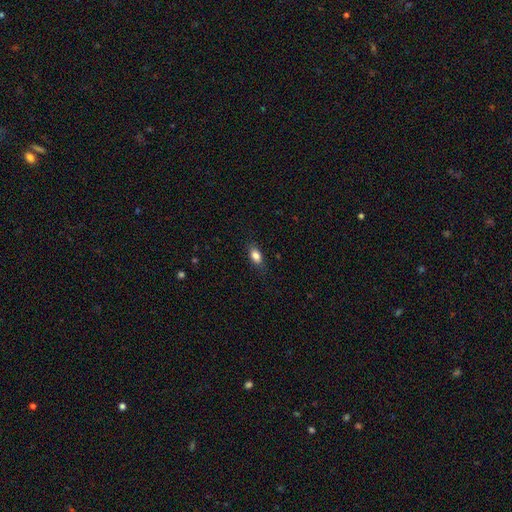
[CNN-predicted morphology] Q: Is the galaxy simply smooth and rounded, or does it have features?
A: smooth — 84%.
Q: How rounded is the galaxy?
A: in between — 84%.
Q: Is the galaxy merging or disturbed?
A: none — 83%.